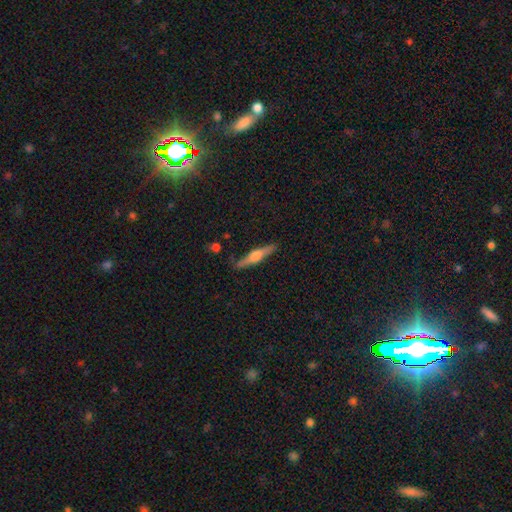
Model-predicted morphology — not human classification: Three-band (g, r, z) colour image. It shows a featured or disk galaxy (62%) viewed edge-on (96%) with a rounded central bulge (89%). Merging: none (85%).